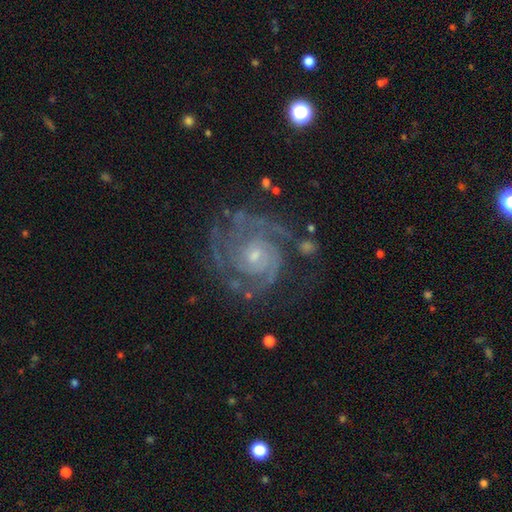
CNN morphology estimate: smooth_or_featured: featured or disk (p=0.90) [alt: star or artifact p=0.06]
disk_edge_on: no (p=0.98) [alt: yes p=0.02]
bar: no (p=0.72) [alt: weak p=0.23]
has_spiral_arms: yes (p=0.97) [alt: no p=0.03]
spiral_winding: tight (p=0.69) [alt: medium p=0.27]
spiral_arm_count: 2 (p=0.33) [alt: 3 p=0.26]
bulge_size: small (p=0.66) [alt: moderate p=0.29]
merging: none (p=0.69) [alt: minor disturbance p=0.18]